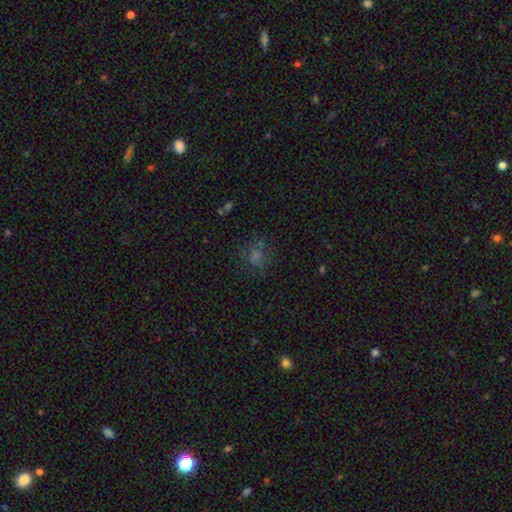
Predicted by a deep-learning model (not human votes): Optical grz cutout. It shows a smooth galaxy with no disk features (54%) that is round (77%). Merging: none (70%).